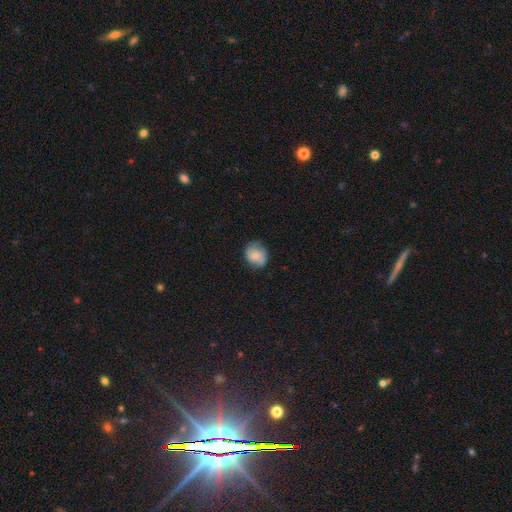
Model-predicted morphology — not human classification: This appears to be a smooth galaxy with no disk features (67%) that is round (66%). Merging: none (69%).